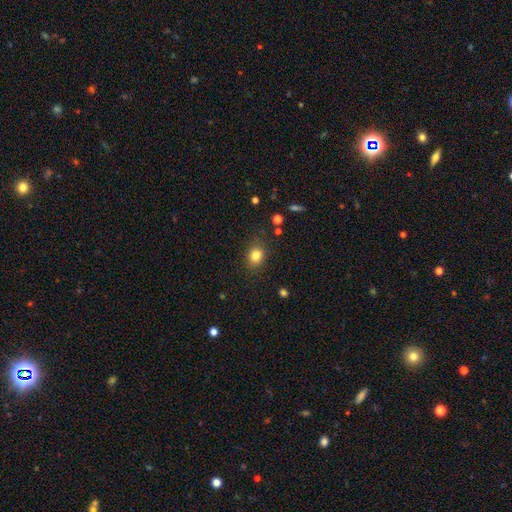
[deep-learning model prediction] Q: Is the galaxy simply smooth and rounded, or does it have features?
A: smooth — 82%.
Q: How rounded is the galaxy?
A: round — 52%.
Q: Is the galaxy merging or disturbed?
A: none — 82%.